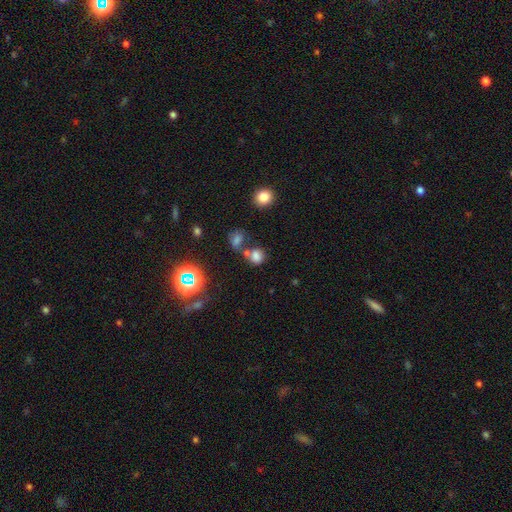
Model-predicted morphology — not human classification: Overall: smooth (72%). How rounded: round (66%; in between 33%). Merging: none (47%; merger 35%).